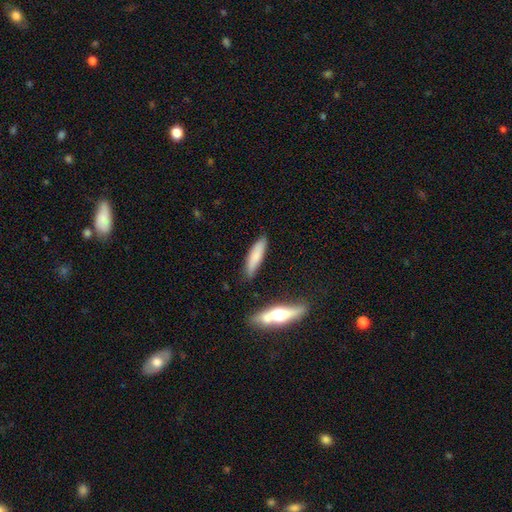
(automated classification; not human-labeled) Overall: smooth (74%). How rounded: cigar-shaped (77%). Merging: none (82%).